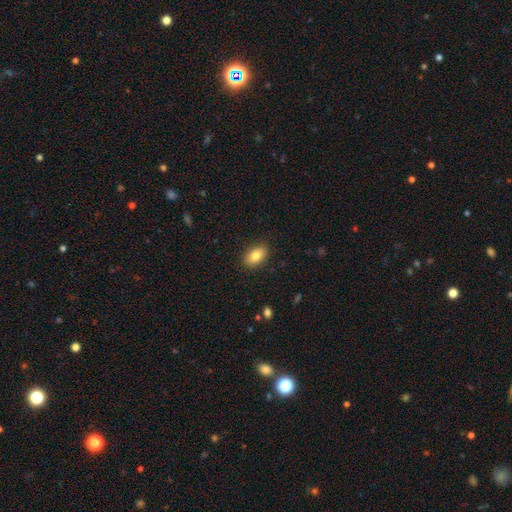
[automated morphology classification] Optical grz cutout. It shows a smooth galaxy with no disk features (83%) that is in between round and cigar-shaped (89%). Merging: none (89%).